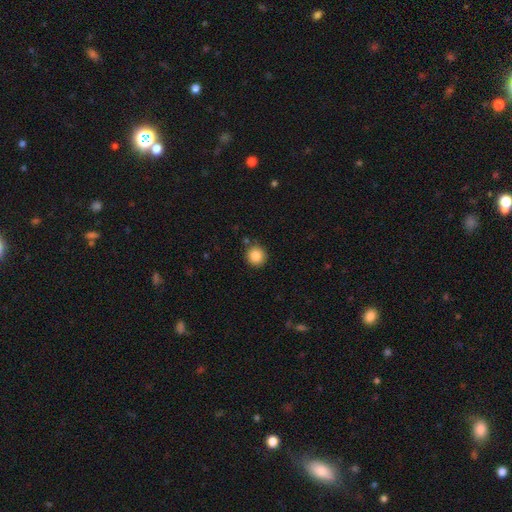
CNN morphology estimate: Smooth or featured: smooth — 85% (star or artifact — 10%)
How rounded: round — 93% (in between — 6%)
Merging: none — 87% (minor disturbance — 8%)